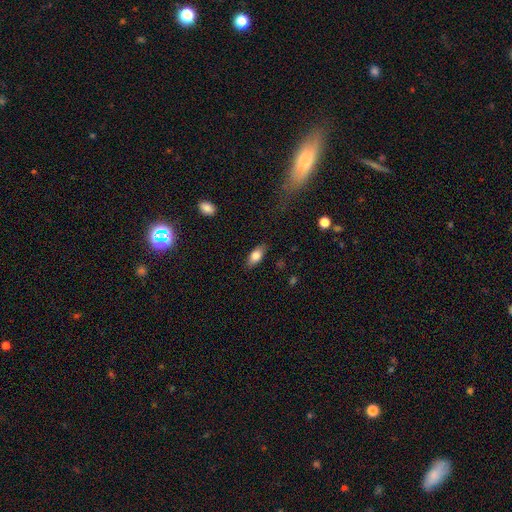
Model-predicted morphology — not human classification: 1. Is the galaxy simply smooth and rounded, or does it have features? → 80% smooth, 13% featured or disk, 7% star or artifact.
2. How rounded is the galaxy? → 85% in between, 11% cigar-shaped, 4% round.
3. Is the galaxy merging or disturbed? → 85% none, 11% minor disturbance, 3% major disturbance, 1% merger.